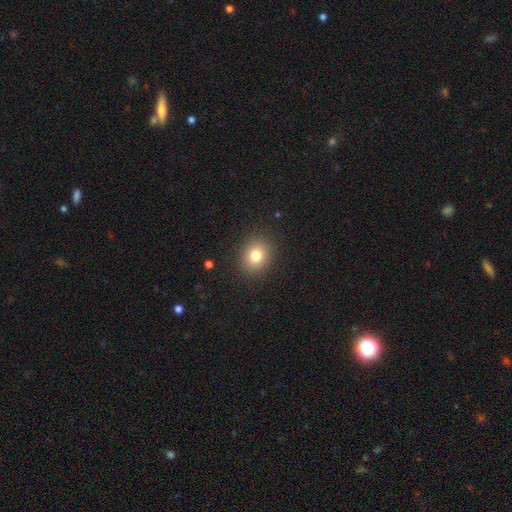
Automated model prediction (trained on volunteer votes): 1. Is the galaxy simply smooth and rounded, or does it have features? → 80% smooth, 12% star or artifact, 9% featured or disk.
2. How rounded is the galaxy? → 67% round, 32% in between, 1% cigar-shaped.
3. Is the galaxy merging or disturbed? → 89% none, 7% minor disturbance, 3% major disturbance, 1% merger.